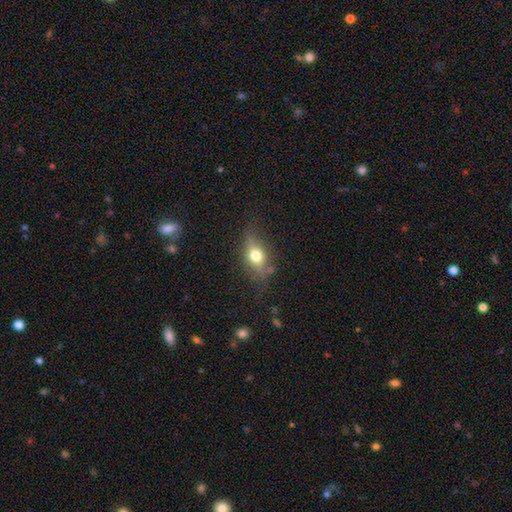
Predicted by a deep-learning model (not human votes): Overall: smooth (60%; featured or disk 28%). How rounded: in between (66%). Merging: none (66%).